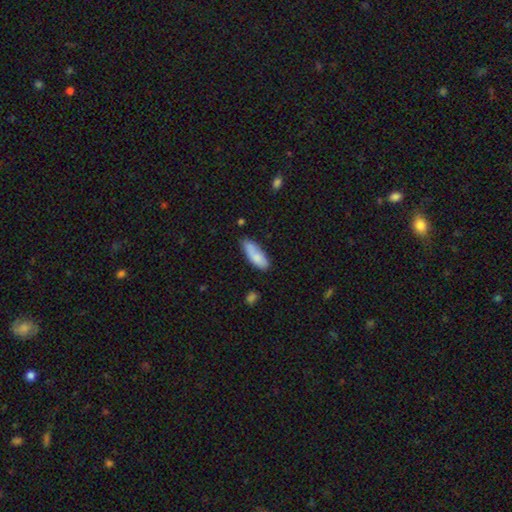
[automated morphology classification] This appears to be a smooth galaxy with no disk features (81%) that is in between round and cigar-shaped (67%). Merging: none (63%).